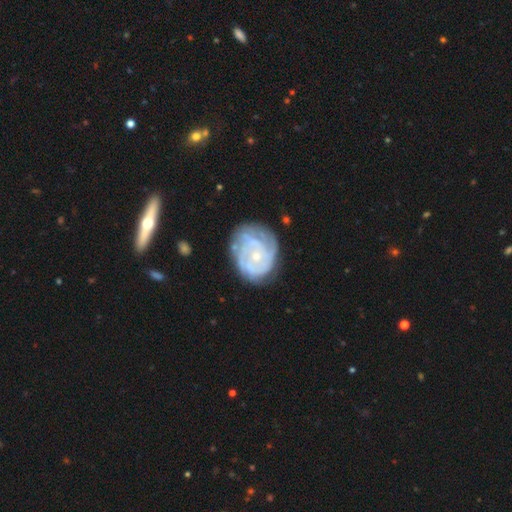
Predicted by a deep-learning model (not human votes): A featured or disk galaxy (83%) with no bar (75%), tight (71%) spiral arms (93%) and a small central bulge (71%). Merging: none (67%).